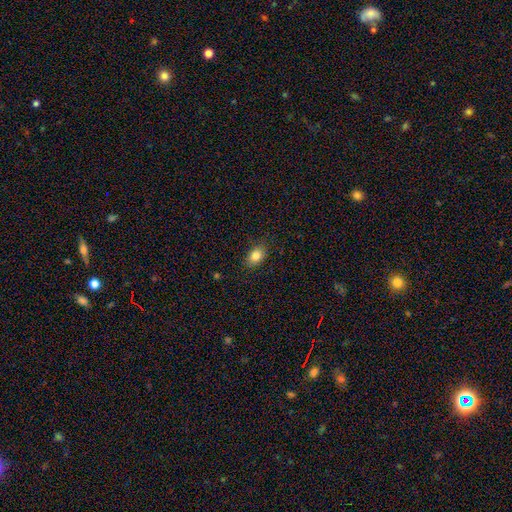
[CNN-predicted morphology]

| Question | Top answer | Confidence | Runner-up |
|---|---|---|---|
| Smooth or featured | smooth | 82% | star or artifact (10%) |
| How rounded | in between | 77% | round (21%) |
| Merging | none | 85% | minor disturbance (12%) |